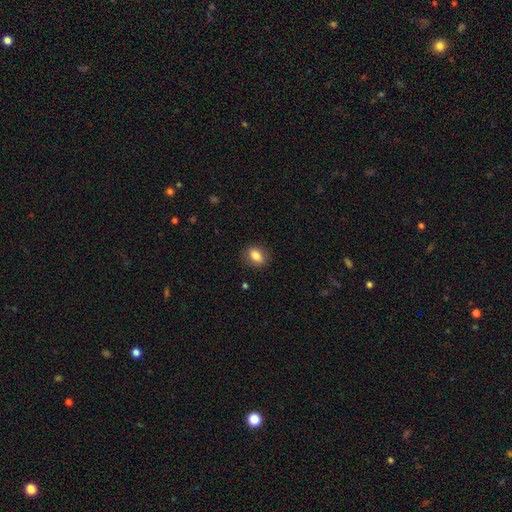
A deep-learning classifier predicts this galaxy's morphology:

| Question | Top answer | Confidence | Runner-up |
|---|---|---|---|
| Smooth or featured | smooth | 82% | featured or disk (10%) |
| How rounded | in between | 69% | round (28%) |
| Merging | none | 87% | minor disturbance (10%) |